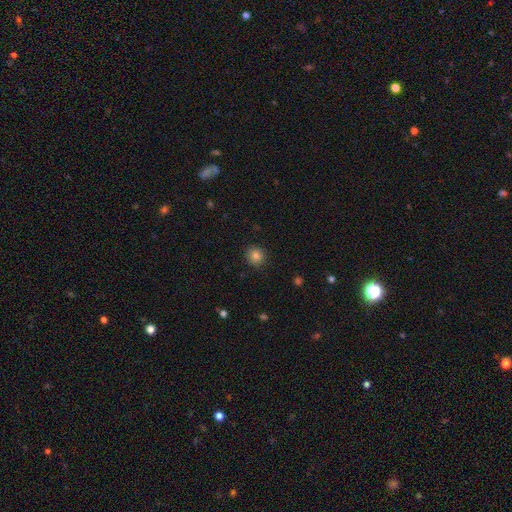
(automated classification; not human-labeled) Smooth or featured?
  - smooth: 82% *
  - star or artifact: 12%
  - featured or disk: 6%
How rounded?
  - round: 89% *
  - in between: 10%
  - cigar-shaped: 1%
Merging?
  - none: 91% *
  - minor disturbance: 7%
  - major disturbance: 2%
  - merger: 1%